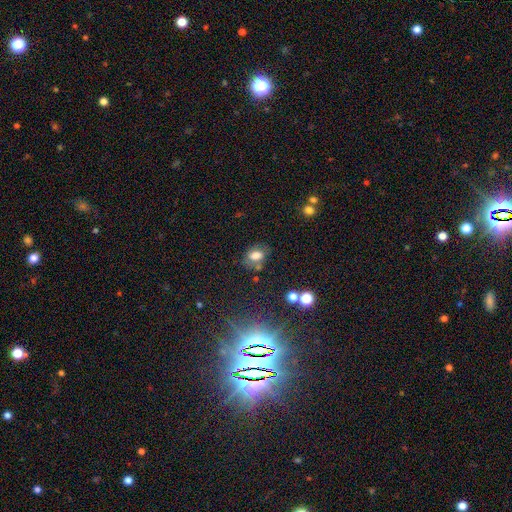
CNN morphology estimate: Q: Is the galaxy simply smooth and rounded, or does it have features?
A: smooth — 70%.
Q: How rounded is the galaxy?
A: in between — 77%.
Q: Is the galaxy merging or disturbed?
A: none — 61%.